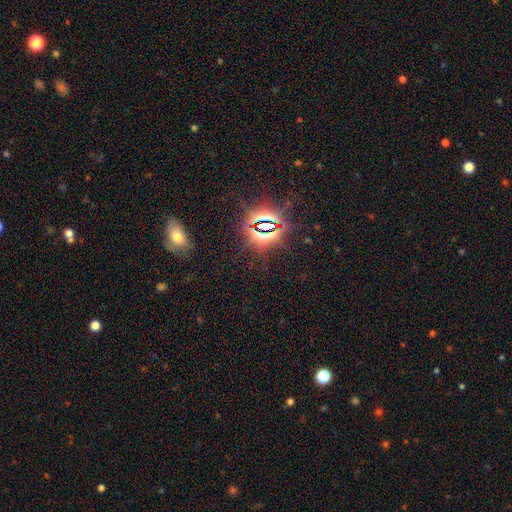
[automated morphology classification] Smooth or featured? star or artifact (75%)